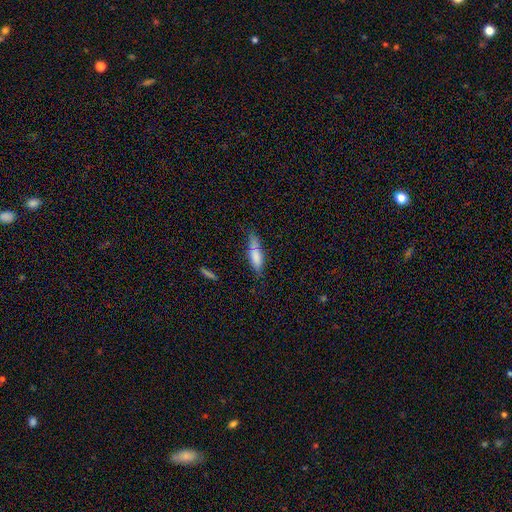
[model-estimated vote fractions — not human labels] Smooth or featured? Predicted: smooth (p=0.71). How rounded? Predicted: cigar-shaped (p=0.58). Merging? Predicted: none (p=0.54).